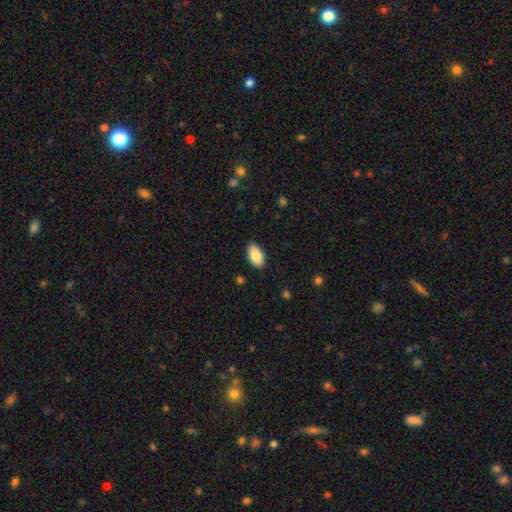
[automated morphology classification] Smooth or featured? smooth (86%)
How rounded? in between (95%)
Merging? none (88%)